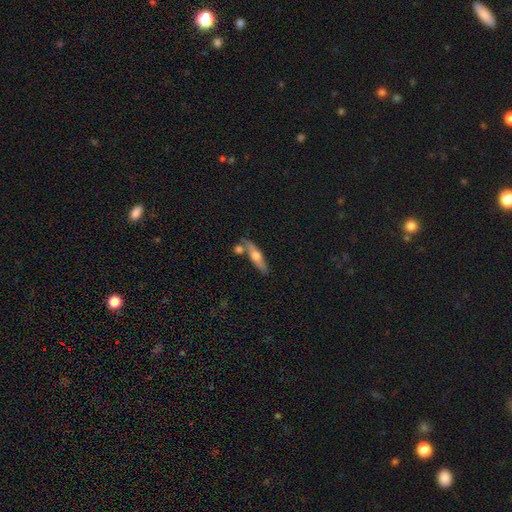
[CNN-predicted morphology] smooth_or_featured: smooth (p=0.47) [tied with: featured or disk p=0.47]
merging: none (p=0.67) [alt: merger p=0.17]